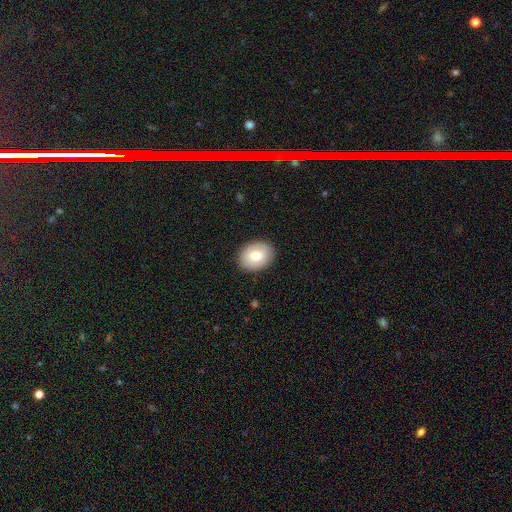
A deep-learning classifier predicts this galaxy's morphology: A smooth galaxy with no disk features (76%) that is in between round and cigar-shaped (59%). Merging: none (89%).